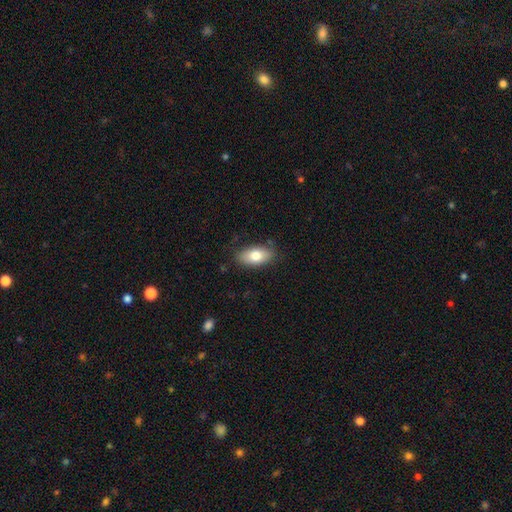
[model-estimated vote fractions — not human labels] The model was most divided on "smooth or featured": smooth: 78%, featured or disk: 15%, star or artifact: 7%. More confident: how rounded — in between (91%); merging — none (80%).